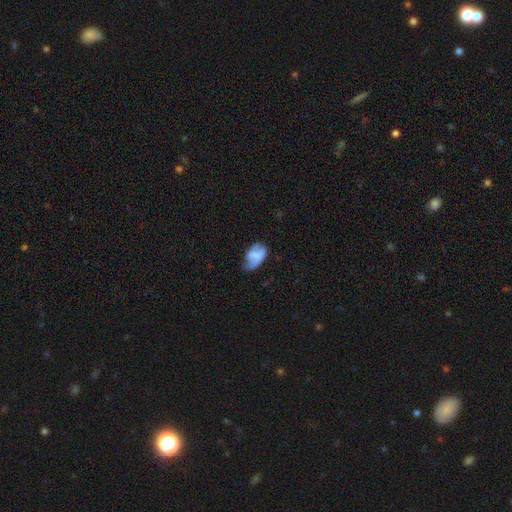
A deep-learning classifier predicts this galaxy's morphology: Smooth or featured?
  - smooth: 53% *
  - featured or disk: 37%
  - star or artifact: 10%
How rounded?
  - in between: 88% *
  - round: 9%
  - cigar-shaped: 2%
Merging?
  - none: 38% *
  - minor disturbance: 33%
  - major disturbance: 23%
  - merger: 5%